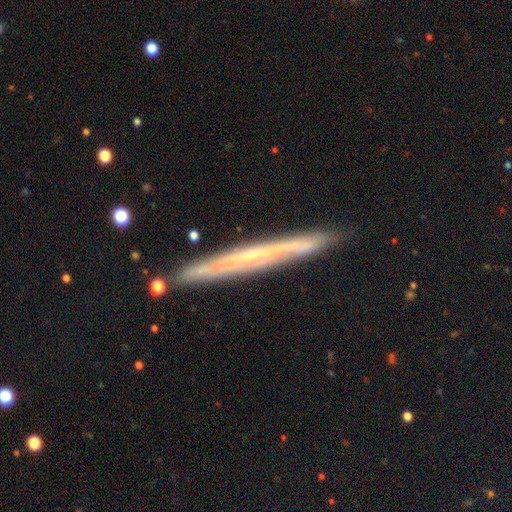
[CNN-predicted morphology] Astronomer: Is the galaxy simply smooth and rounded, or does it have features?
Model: featured or disk — 61%.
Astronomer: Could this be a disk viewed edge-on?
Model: yes — 93%.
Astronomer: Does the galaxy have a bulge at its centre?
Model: none — 81%.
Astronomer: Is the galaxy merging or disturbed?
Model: none — 88%.